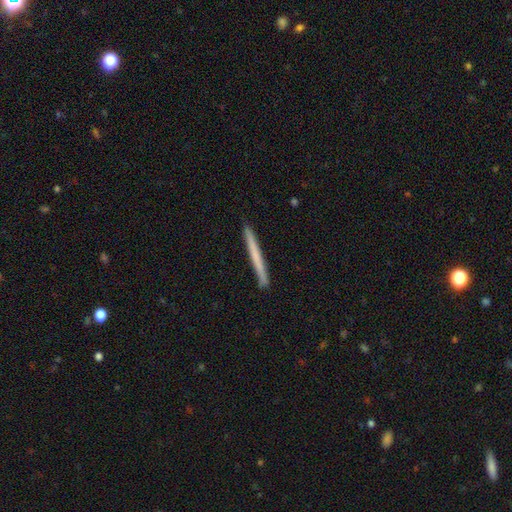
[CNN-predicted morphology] Smooth or featured?
  - smooth: 59% *
  - featured or disk: 35%
  - star or artifact: 5%
How rounded?
  - cigar-shaped: 97% *
  - in between: 1%
  - round: 1%
Merging?
  - none: 93% *
  - minor disturbance: 5%
  - major disturbance: 1%
  - merger: 1%